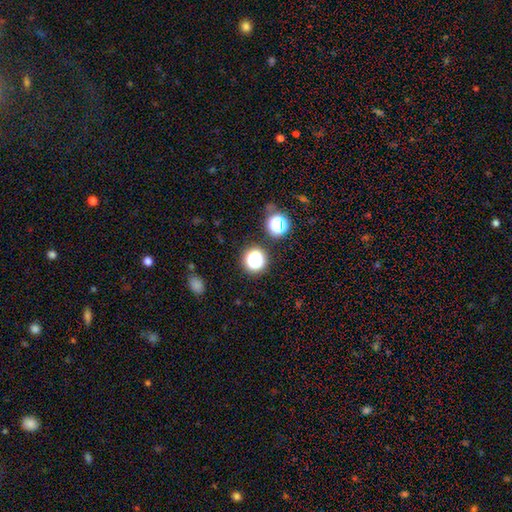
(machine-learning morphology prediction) Smooth or featured?
  - smooth: 48% *
  - star or artifact: 44%
  - featured or disk: 8%
Merging?
  - none: 78% *
  - minor disturbance: 10%
  - merger: 6%
  - major disturbance: 6%